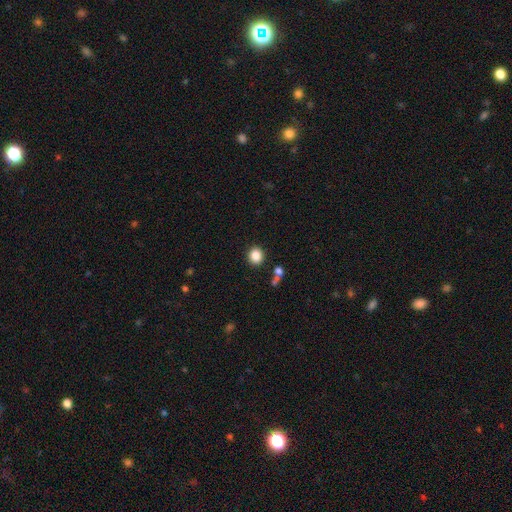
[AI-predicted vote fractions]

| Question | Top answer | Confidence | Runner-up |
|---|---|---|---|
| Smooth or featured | smooth | 85% | star or artifact (10%) |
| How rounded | round | 86% | in between (13%) |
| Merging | none | 86% | minor disturbance (7%) |